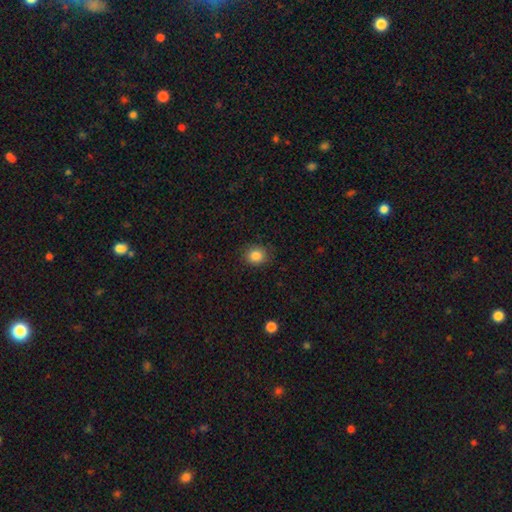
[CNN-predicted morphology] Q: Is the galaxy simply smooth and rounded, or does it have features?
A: smooth — 85%.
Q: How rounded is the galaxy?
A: round — 74%.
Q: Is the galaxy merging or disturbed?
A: none — 85%.